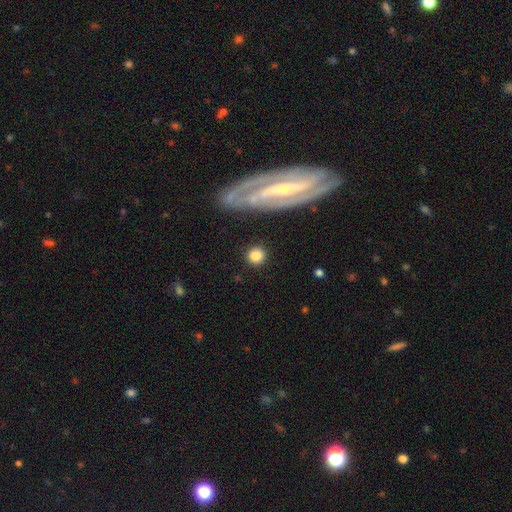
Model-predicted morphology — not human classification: A smooth galaxy with no disk features (79%) that is round (92%).

Vote fractions:
- Smooth or featured? smooth: 79% / featured or disk: 13% / star or artifact: 8%
- How rounded? round: 92% / in between: 7% / cigar-shaped: 2%
- Merging? none: 84% / minor disturbance: 8% / major disturbance: 4% / merger: 4%